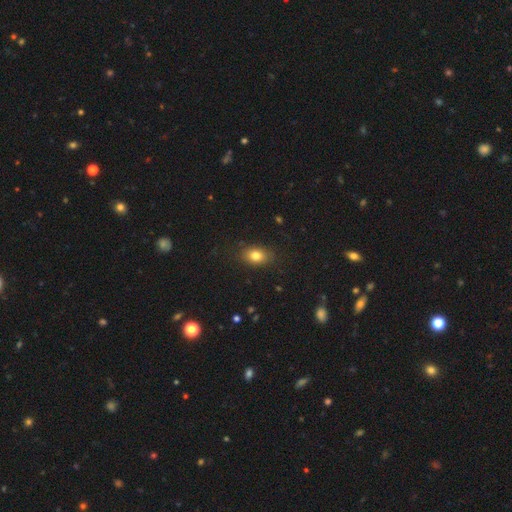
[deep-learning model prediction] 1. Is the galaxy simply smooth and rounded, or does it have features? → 79% smooth, 11% star or artifact, 10% featured or disk.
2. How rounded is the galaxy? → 76% in between, 21% round, 2% cigar-shaped.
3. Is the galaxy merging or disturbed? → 84% none, 11% minor disturbance, 3% major disturbance, 1% merger.